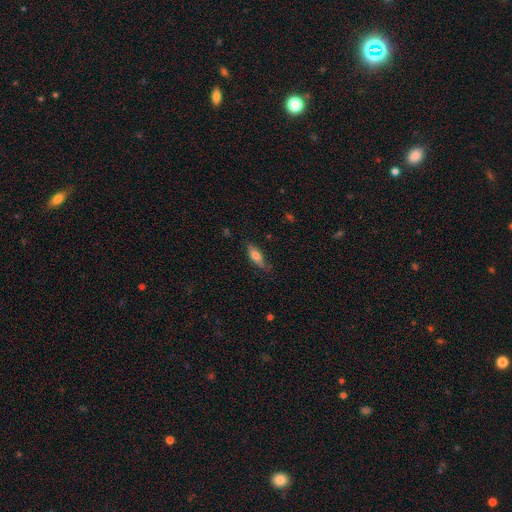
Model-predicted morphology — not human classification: Q: Smooth or featured?
A: smooth (69%); runner-up: featured or disk (25%)
Q: How rounded?
A: in between (61%); runner-up: cigar-shaped (37%)
Q: Merging?
A: none (70%); runner-up: minor disturbance (23%)